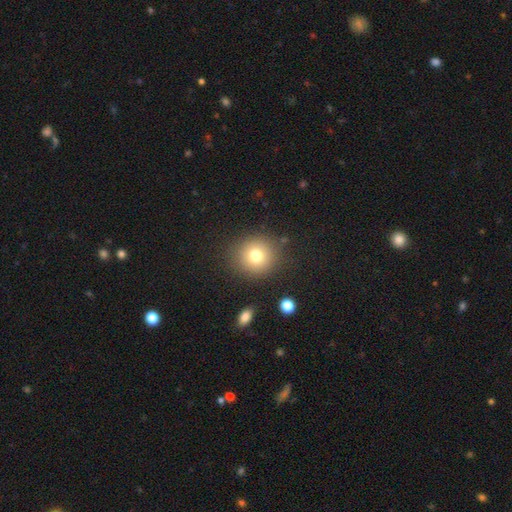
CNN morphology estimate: This is likely a smooth galaxy (76%). How rounded: clearly round (91%). Merging: clearly none (86%).